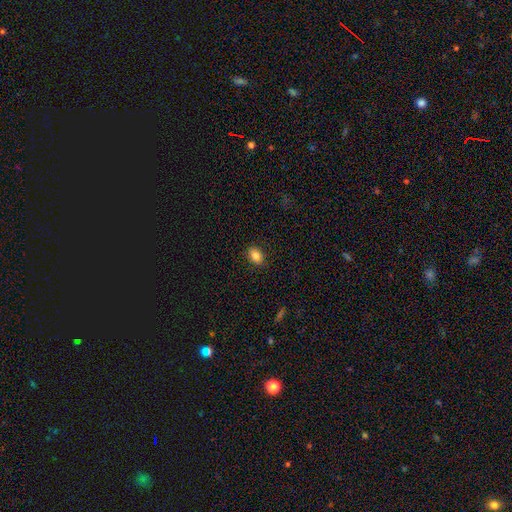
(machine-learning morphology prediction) smooth_or_featured: smooth (p=0.83) [alt: star or artifact p=0.10]
how_rounded: in between (p=0.77) [alt: round p=0.21]
merging: none (p=0.87) [alt: minor disturbance p=0.10]